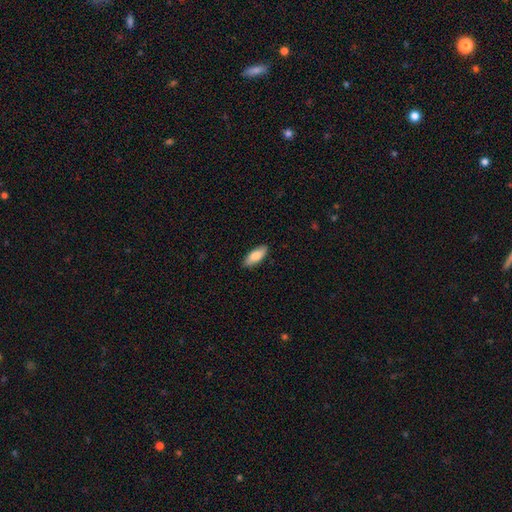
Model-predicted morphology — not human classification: A smooth galaxy with no disk features (83%) that is in between round and cigar-shaped (80%).

Vote fractions:
- Smooth or featured? smooth: 83% / featured or disk: 11% / star or artifact: 6%
- How rounded? in between: 80% / cigar-shaped: 18% / round: 2%
- Merging? none: 87% / minor disturbance: 10% / major disturbance: 2% / merger: 1%